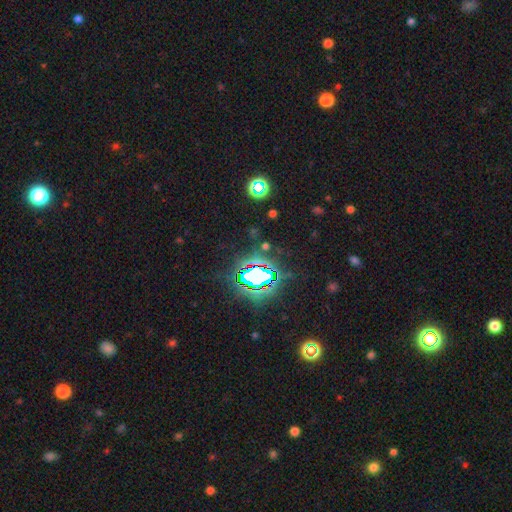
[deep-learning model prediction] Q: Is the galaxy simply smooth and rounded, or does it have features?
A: star or artifact — 81%.